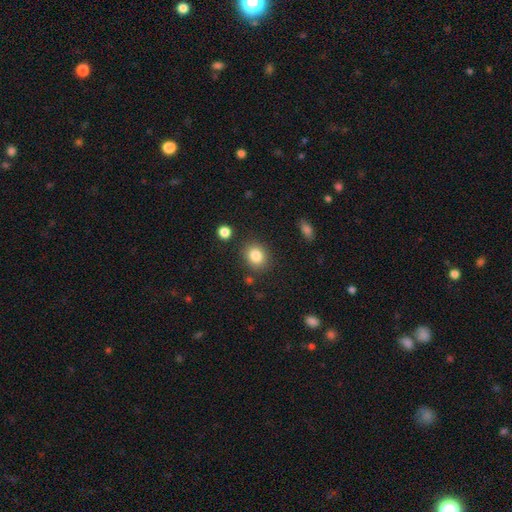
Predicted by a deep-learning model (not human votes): A smooth galaxy with no disk features (84%) that is round (68%).

Vote fractions:
- Smooth or featured? smooth: 84% / star or artifact: 10% / featured or disk: 6%
- How rounded? round: 68% / in between: 31% / cigar-shaped: 1%
- Merging? none: 84% / minor disturbance: 10% / merger: 4% / major disturbance: 3%